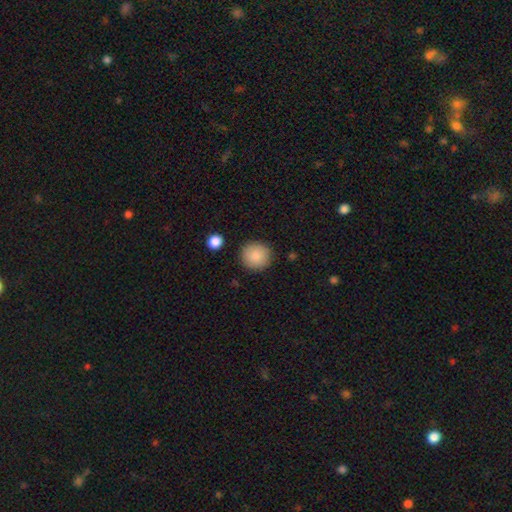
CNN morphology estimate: The model was most divided on "smooth or featured": smooth: 87%, star or artifact: 7%, featured or disk: 6%. More confident: how rounded — round (93%); merging — none (89%).